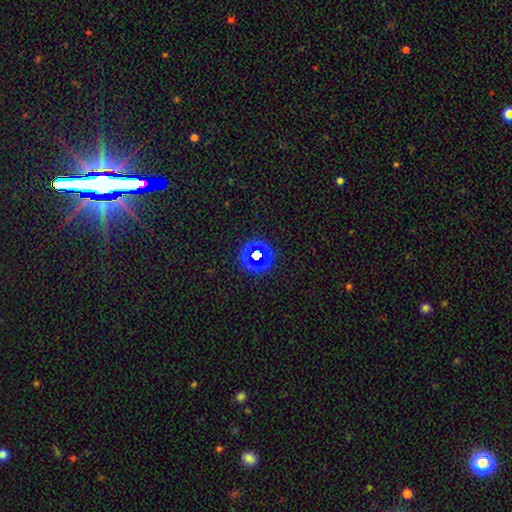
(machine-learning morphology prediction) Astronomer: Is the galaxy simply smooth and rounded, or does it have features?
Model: star or artifact — 66%.